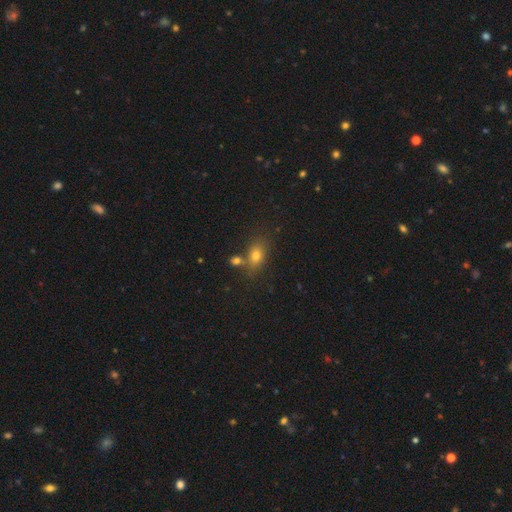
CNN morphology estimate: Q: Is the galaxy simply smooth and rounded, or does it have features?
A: smooth — 75%.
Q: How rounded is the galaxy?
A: in between — 73%.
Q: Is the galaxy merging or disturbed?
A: none — 64%.